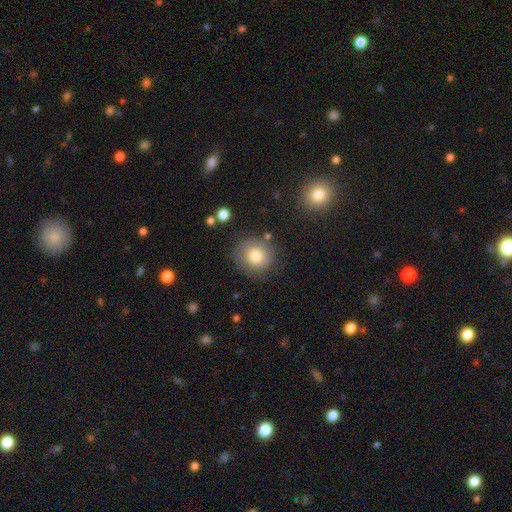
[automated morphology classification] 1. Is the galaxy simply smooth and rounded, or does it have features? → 78% smooth, 13% featured or disk, 9% star or artifact.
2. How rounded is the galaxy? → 84% round, 15% in between, 1% cigar-shaped.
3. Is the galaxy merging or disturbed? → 78% none, 14% minor disturbance, 5% major disturbance, 3% merger.